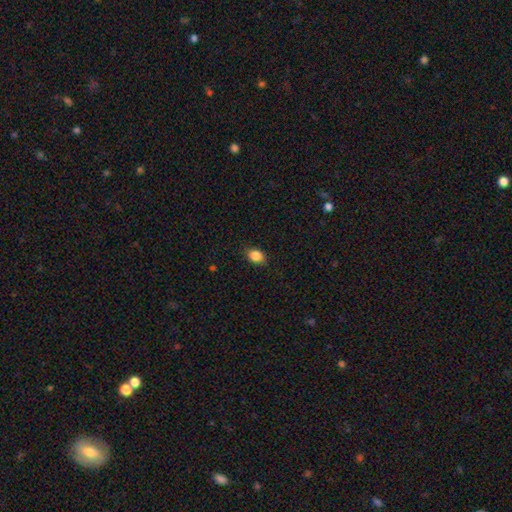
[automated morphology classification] Smooth or featured: smooth — 87% (star or artifact — 9%)
How rounded: in between — 65% (round — 34%)
Merging: none — 86% (minor disturbance — 11%)